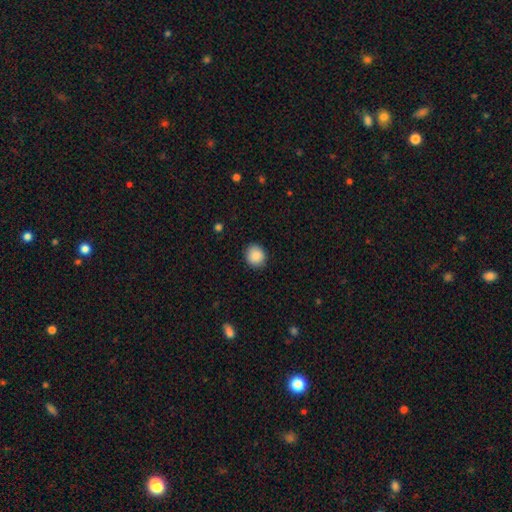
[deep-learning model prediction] The model was most divided on "how rounded": round: 82%, in between: 17%, cigar-shaped: 1%. More confident: merging — none (89%); smooth or featured — smooth (88%).